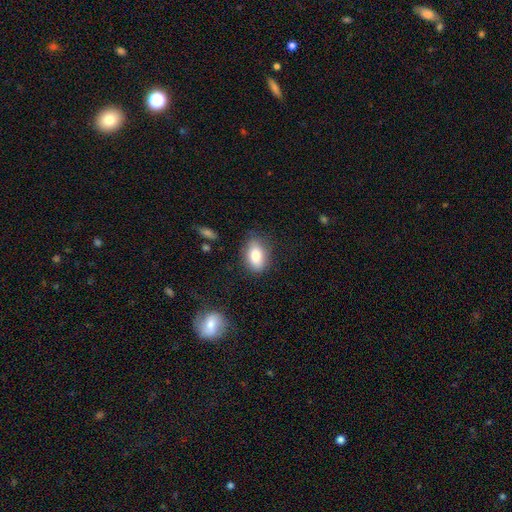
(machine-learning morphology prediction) The model was most divided on "merging": none: 77%, minor disturbance: 17%, major disturbance: 4%, merger: 2%. More confident: how rounded — in between (87%); smooth or featured — smooth (81%).